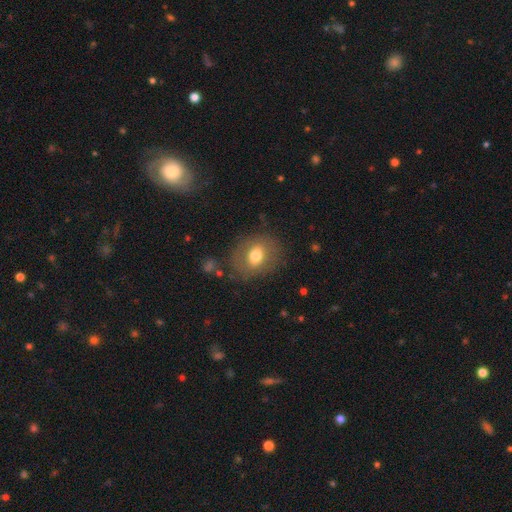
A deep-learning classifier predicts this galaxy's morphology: Overall: smooth (67%). How rounded: round (51%; in between 48%). Merging: none (76%).